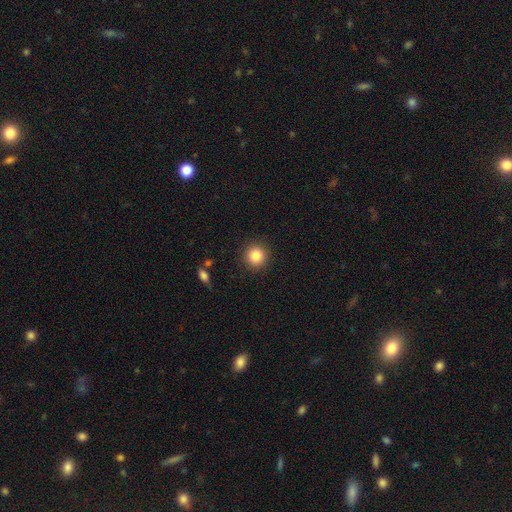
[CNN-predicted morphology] smooth-or-featured: smooth: 85% | star or artifact: 10% | featured or disk: 5%
  how-rounded: round: 94% | in between: 6% | cigar-shaped: 1%
  merging: none: 91% | minor disturbance: 6% | major disturbance: 2% | merger: 1%